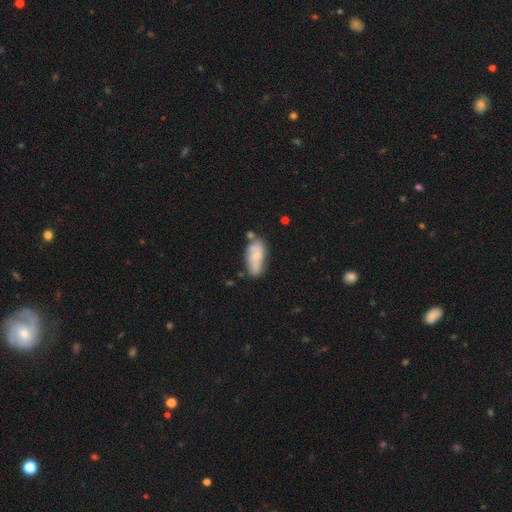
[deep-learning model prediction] This appears to be a smooth galaxy with no disk features (60%) that is in between round and cigar-shaped (85%). Merging: none (54%).